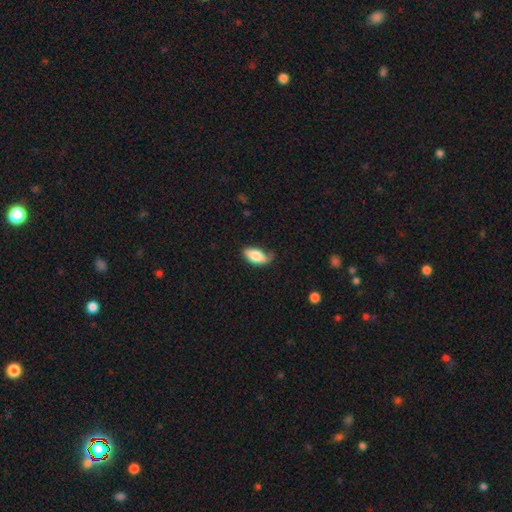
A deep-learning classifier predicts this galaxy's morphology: smooth-or-featured: smooth: 79% | featured or disk: 15% | star or artifact: 7%
  how-rounded: in between: 90% | cigar-shaped: 6% | round: 4%
  merging: none: 51% | minor disturbance: 36% | major disturbance: 10% | merger: 3%